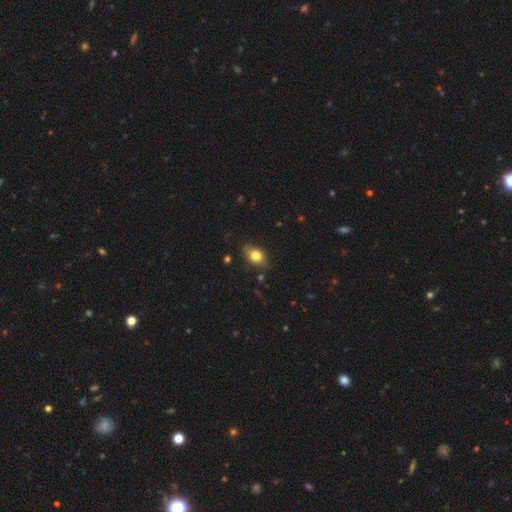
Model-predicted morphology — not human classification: smooth_or_featured: smooth (p=0.82) [alt: featured or disk p=0.09]
how_rounded: in between (p=0.77) [alt: round p=0.22]
merging: none (p=0.77) [alt: minor disturbance p=0.18]